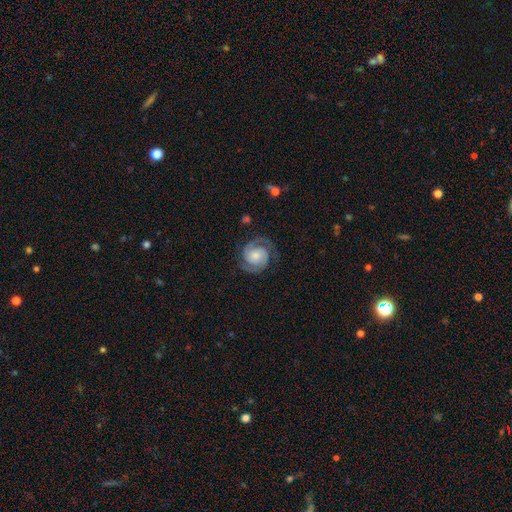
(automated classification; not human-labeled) This is clearly a featured or disk galaxy (87%). It is clearly not viewed edge-on (98%). Bar: likely no (66%). Spiral arm pattern: clearly yes (98%). Spiral arm count: clearly 2 (92%). Spiral winding: possibly tight (52%). Central bulge: marginally small (41%). Merging: likely none (80%).